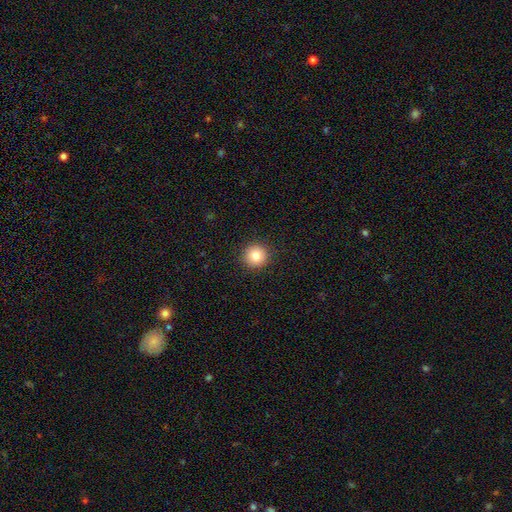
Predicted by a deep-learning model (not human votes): Smooth or featured? smooth (82%)
How rounded? round (95%)
Merging? none (92%)